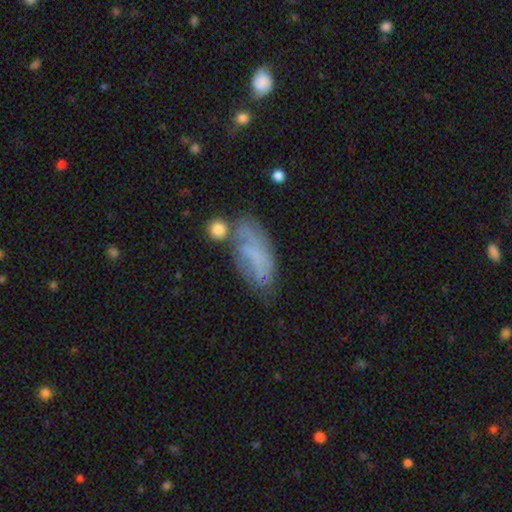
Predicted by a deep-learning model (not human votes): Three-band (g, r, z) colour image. It shows a smooth galaxy with no disk features (54%) that is in between round and cigar-shaped (81%). Merging: none (47%).